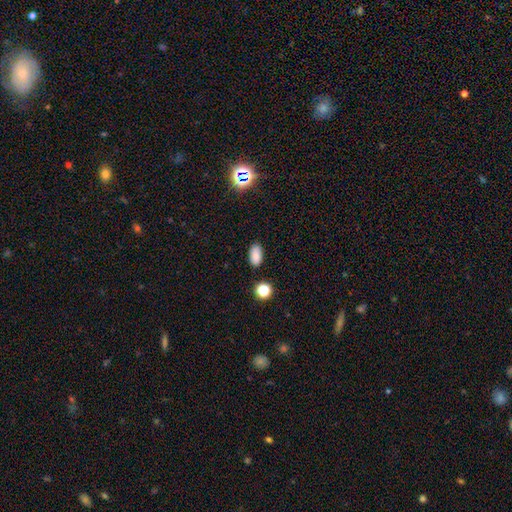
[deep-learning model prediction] Smooth or featured?
  - smooth: 84% *
  - star or artifact: 11%
  - featured or disk: 5%
How rounded?
  - in between: 91% *
  - round: 6%
  - cigar-shaped: 3%
Merging?
  - none: 85% *
  - minor disturbance: 10%
  - major disturbance: 2%
  - merger: 2%